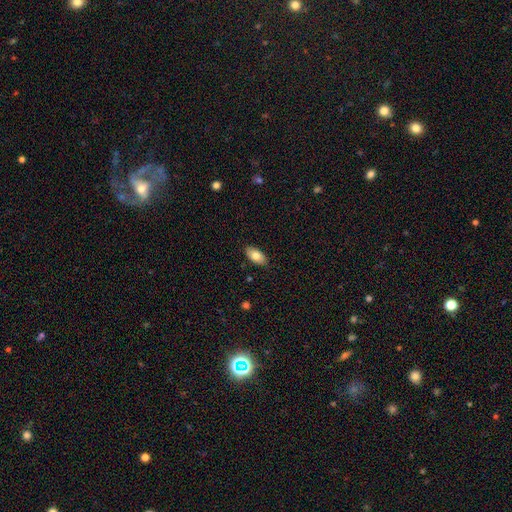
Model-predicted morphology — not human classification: A smooth galaxy with no disk features (79%) that is in between round and cigar-shaped (93%).

Vote fractions:
- Smooth or featured? smooth: 79% / featured or disk: 14% / star or artifact: 6%
- How rounded? in between: 93% / cigar-shaped: 4% / round: 3%
- Merging? none: 87% / minor disturbance: 10% / major disturbance: 2% / merger: 1%